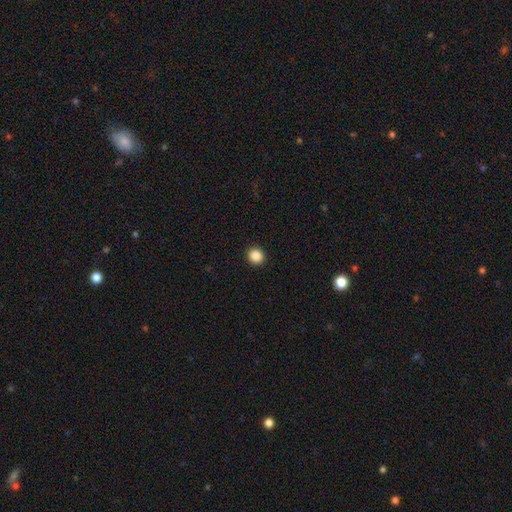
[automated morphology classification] Overall: smooth (87%). How rounded: round (88%). Merging: none (93%).